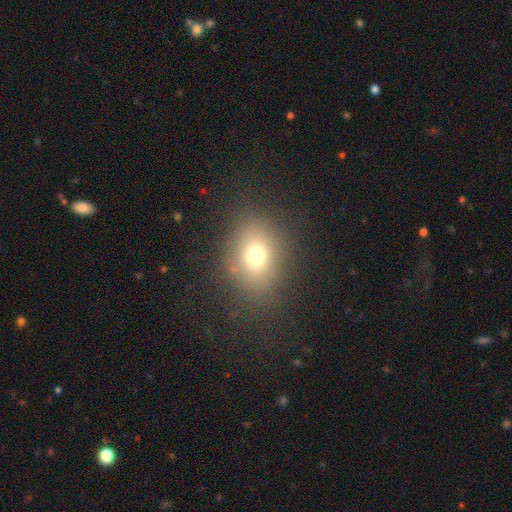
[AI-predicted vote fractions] smooth_or_featured: smooth (p=0.72) [alt: star or artifact p=0.16]
how_rounded: in between (p=0.54) [alt: round p=0.45]
merging: none (p=0.81) [alt: minor disturbance p=0.12]